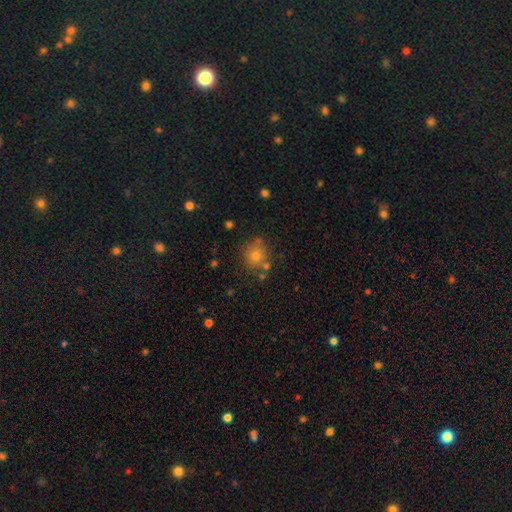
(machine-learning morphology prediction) Q: Smooth or featured?
A: smooth (71%); runner-up: star or artifact (17%)
Q: How rounded?
A: round (86%); runner-up: in between (13%)
Q: Merging?
A: none (76%); runner-up: minor disturbance (12%)